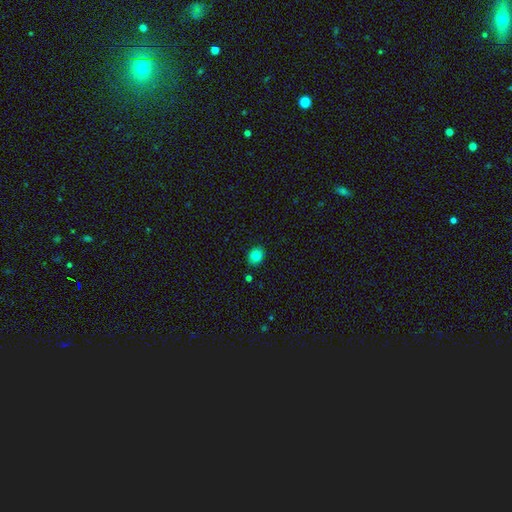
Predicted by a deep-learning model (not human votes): Smooth or featured: smooth — 83% (star or artifact — 11%)
How rounded: round — 60% (in between — 39%)
Merging: none — 88% (minor disturbance — 8%)